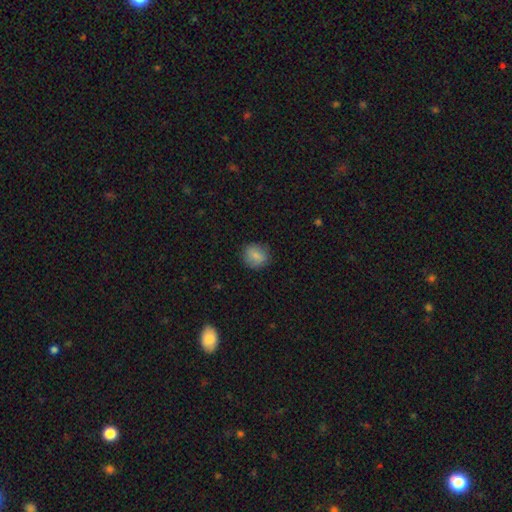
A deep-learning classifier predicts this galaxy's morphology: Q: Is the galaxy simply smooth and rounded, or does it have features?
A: smooth — 83%.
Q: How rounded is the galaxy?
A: round — 77%.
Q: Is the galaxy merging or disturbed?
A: none — 83%.